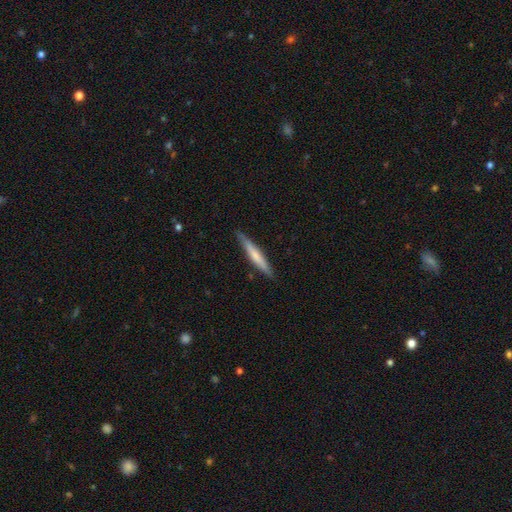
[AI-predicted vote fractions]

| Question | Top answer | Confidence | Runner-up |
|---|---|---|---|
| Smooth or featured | smooth | 57% | featured or disk (38%) |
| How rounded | cigar-shaped | 95% | in between (4%) |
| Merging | none | 88% | minor disturbance (9%) |